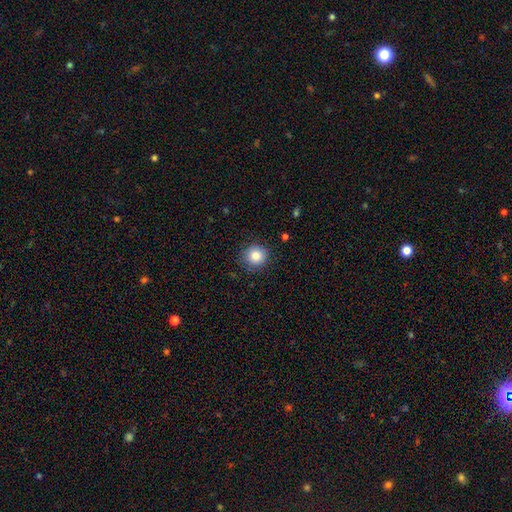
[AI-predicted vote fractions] Overall: smooth (85%). How rounded: round (92%). Merging: none (87%).